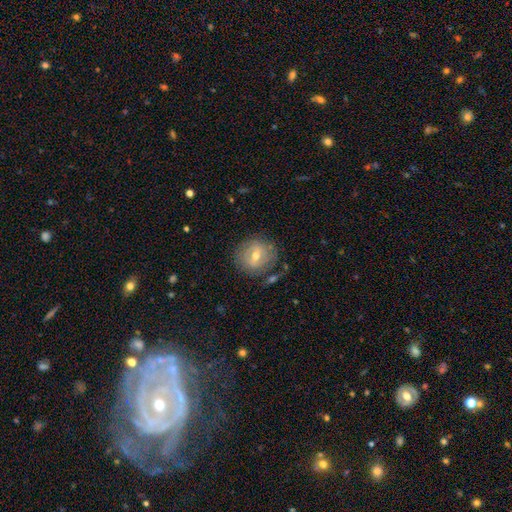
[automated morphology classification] This is possibly a smooth galaxy (49%). Merging: likely none (75%).